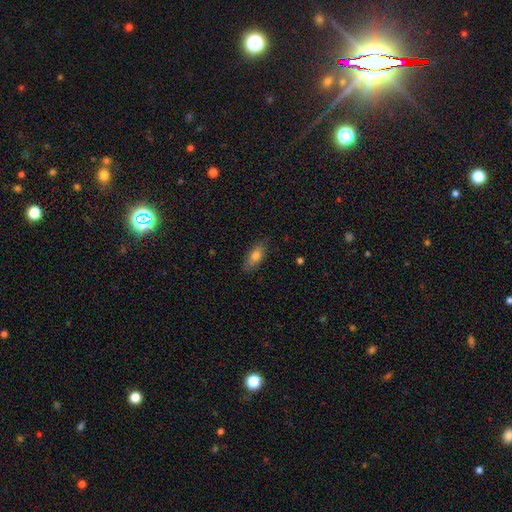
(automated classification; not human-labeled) Overall: smooth (76%). How rounded: in between (83%). Merging: none (83%).